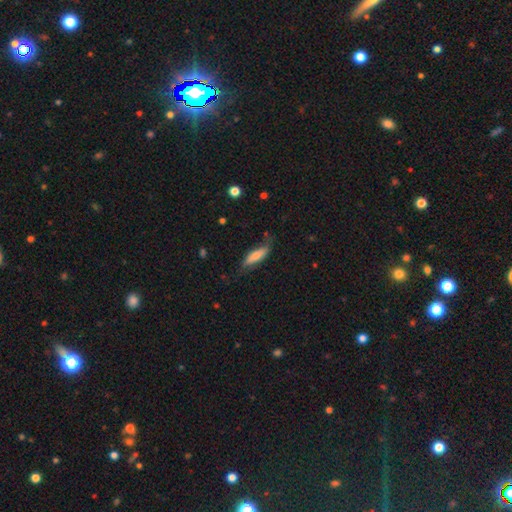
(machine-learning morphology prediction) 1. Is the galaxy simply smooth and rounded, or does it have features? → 69% smooth, 25% featured or disk, 6% star or artifact.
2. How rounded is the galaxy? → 54% cigar-shaped, 44% in between, 2% round.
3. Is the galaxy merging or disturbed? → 63% none, 26% minor disturbance, 8% major disturbance, 2% merger.